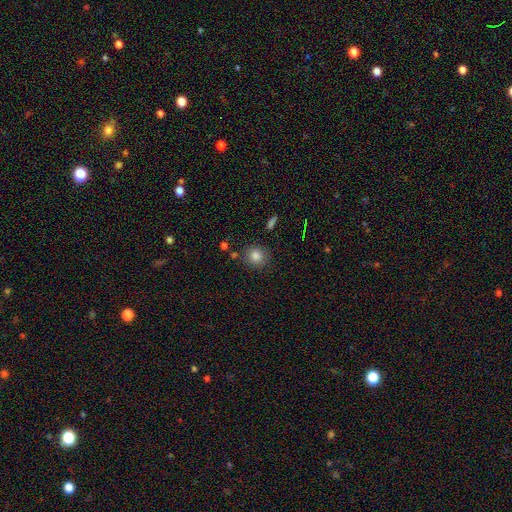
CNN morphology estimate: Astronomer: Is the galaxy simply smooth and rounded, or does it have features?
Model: smooth — 83%.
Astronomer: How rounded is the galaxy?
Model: round — 87%.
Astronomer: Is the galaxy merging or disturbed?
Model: none — 83%.